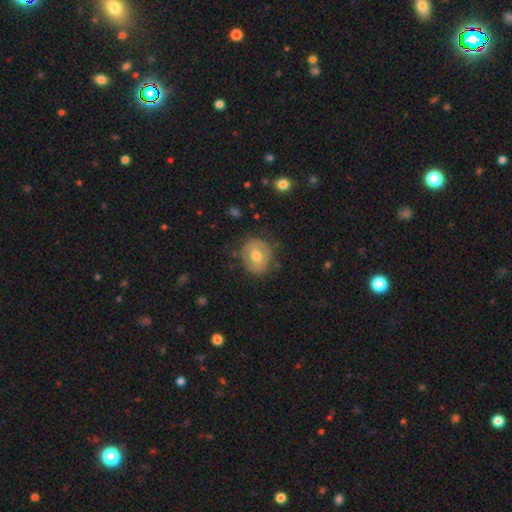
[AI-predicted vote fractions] smooth 49%, featured or disk 45%, star or artifact 7%. Down the decision tree: merging — none (76%).